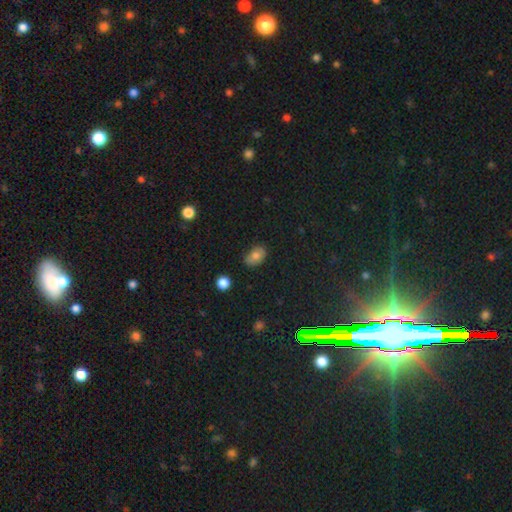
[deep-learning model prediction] The model was most divided on "merging": none: 65%, minor disturbance: 27%, major disturbance: 5%, merger: 3%. More confident: how rounded — in between (81%); smooth or featured — smooth (76%).